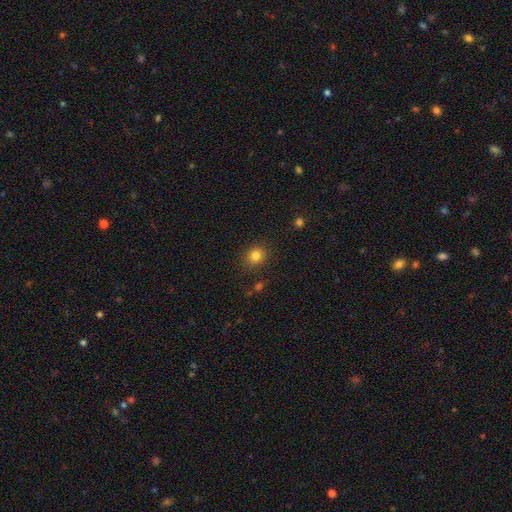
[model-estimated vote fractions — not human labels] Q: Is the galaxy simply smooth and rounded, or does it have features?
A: smooth — 82%.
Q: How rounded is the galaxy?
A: round — 79%.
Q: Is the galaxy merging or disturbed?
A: none — 86%.